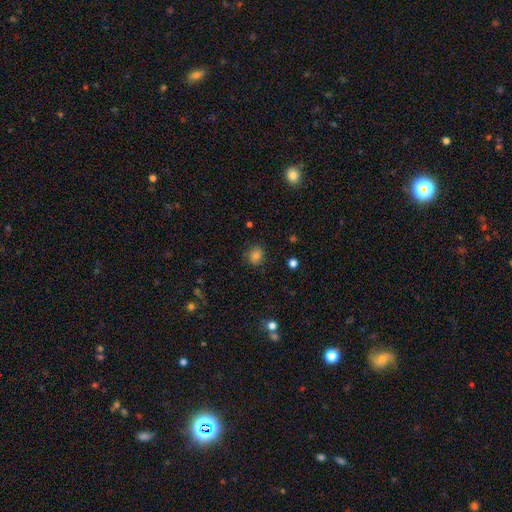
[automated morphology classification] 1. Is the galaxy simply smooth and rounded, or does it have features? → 82% smooth, 12% star or artifact, 6% featured or disk.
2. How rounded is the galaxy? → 62% round, 37% in between, 1% cigar-shaped.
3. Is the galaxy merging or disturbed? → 79% none, 15% minor disturbance, 4% major disturbance, 1% merger.